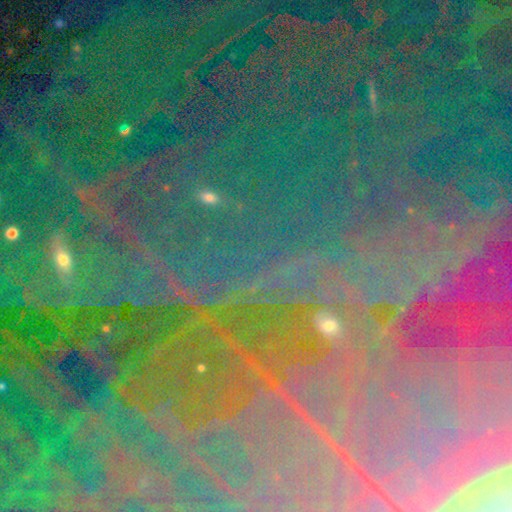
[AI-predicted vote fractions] A star or artifact, not a galaxy (85%).

Vote fractions:
- Smooth or featured? star or artifact: 85% / featured or disk: 8% / smooth: 7%